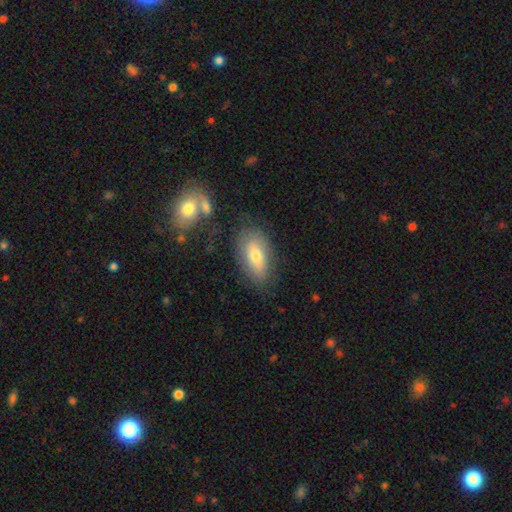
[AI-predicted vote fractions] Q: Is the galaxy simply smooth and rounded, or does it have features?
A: smooth — 66%.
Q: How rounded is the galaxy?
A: in between — 89%.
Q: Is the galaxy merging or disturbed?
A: none — 73%.